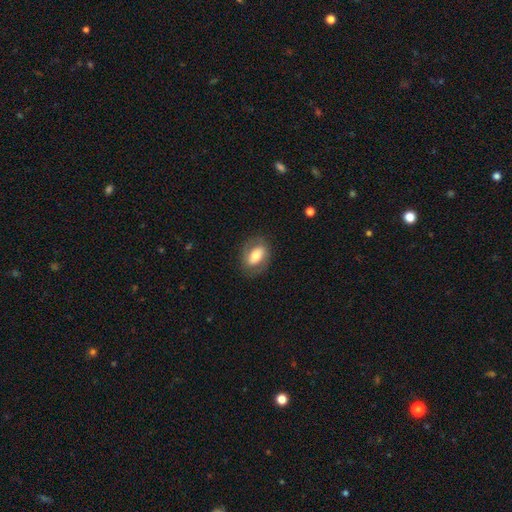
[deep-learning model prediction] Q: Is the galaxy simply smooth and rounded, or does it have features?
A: smooth — 51%.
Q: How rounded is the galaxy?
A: in between — 78%.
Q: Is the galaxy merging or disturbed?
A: none — 79%.